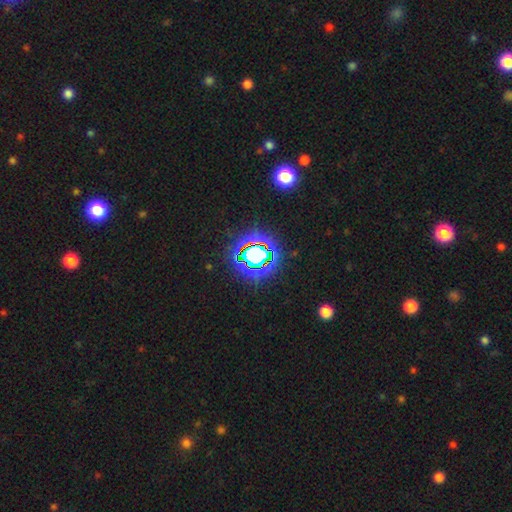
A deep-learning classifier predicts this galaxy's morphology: Smooth or featured? Predicted: star or artifact (p=0.75).